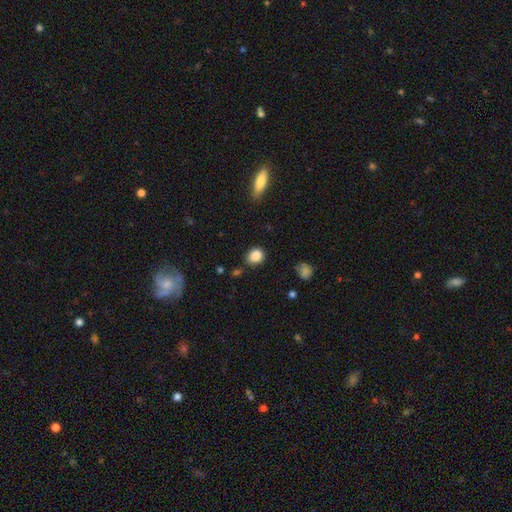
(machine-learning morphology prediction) smooth 86%, star or artifact 9%, featured or disk 4%. Down the decision tree: how rounded — round (61%); merging — none (72%).